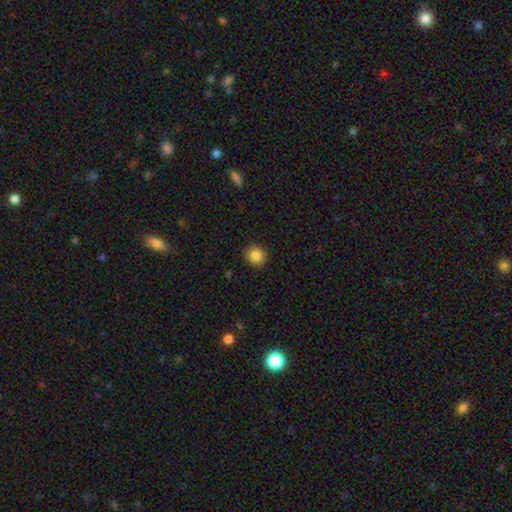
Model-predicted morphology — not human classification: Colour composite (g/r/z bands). It shows a smooth galaxy with no disk features (85%) that is round (91%). Merging: none (91%).